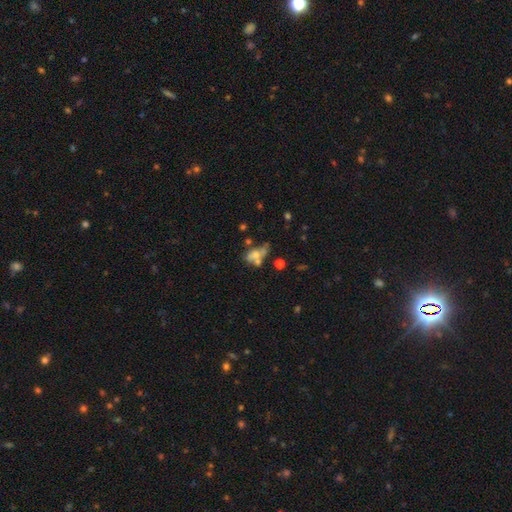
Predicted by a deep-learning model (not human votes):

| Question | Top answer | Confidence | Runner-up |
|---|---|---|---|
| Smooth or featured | smooth | 49% | featured or disk (34%) |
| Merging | merger | 44% | none (25%) |